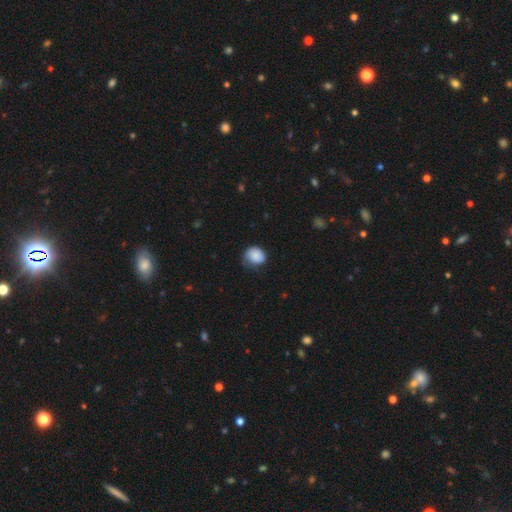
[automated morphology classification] Smooth or featured? smooth (84%)
How rounded? round (65%)
Merging? none (49%)